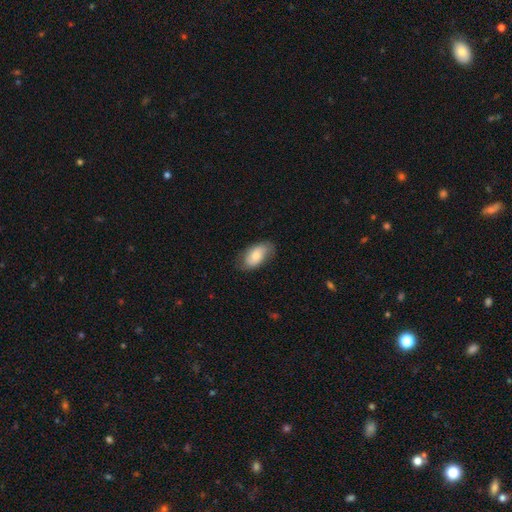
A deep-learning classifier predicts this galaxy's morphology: This appears to be a smooth galaxy with no disk features (65%) that is in between round and cigar-shaped (93%). Merging: none (74%).